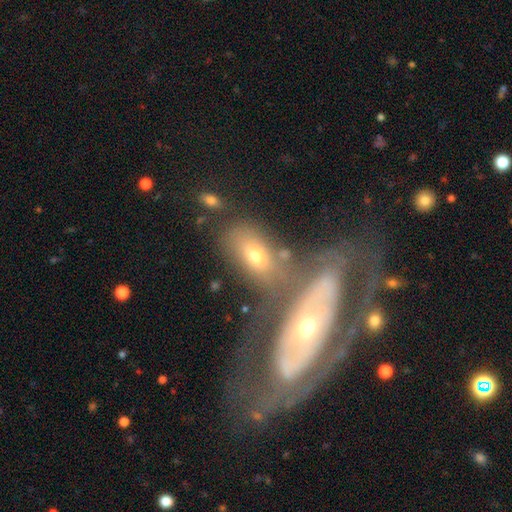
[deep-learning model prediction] smooth 49%, featured or disk 41%, star or artifact 9%. Down the decision tree: merging — none (40%).